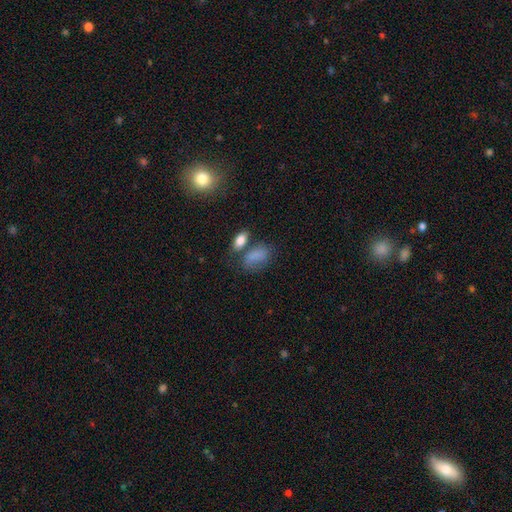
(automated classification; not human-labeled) Smooth or featured: smooth — 80% (star or artifact — 10%)
How rounded: in between — 86% (round — 9%)
Merging: none — 45% (merger — 23%)